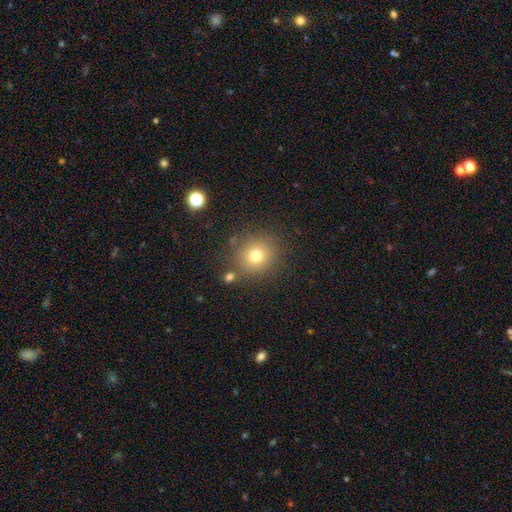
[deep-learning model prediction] Smooth or featured: smooth — 74% (star or artifact — 15%)
How rounded: round — 87% (in between — 12%)
Merging: none — 81% (minor disturbance — 10%)